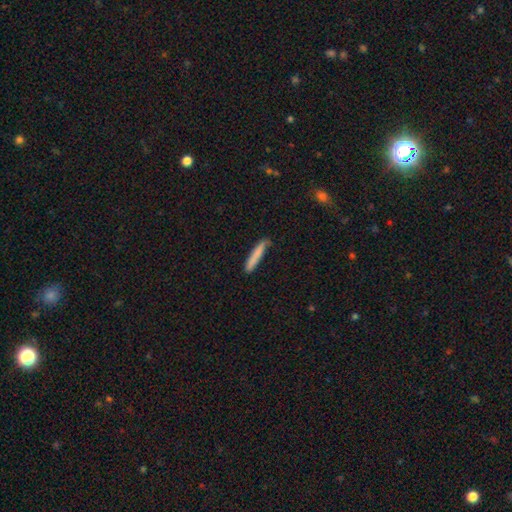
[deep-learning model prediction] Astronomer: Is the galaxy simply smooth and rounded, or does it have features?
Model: smooth — 81%.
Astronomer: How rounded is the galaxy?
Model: cigar-shaped — 94%.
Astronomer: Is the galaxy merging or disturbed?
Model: none — 80%.